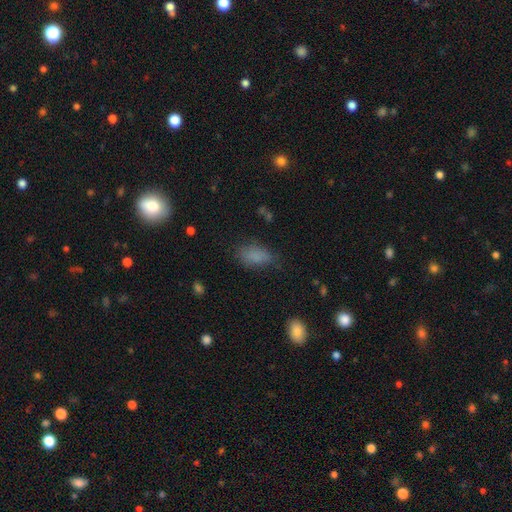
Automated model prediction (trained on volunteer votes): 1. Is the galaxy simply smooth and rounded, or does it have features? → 80% smooth, 12% star or artifact, 8% featured or disk.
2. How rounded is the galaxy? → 88% in between, 6% cigar-shaped, 5% round.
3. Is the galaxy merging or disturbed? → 62% none, 25% minor disturbance, 10% major disturbance, 2% merger.